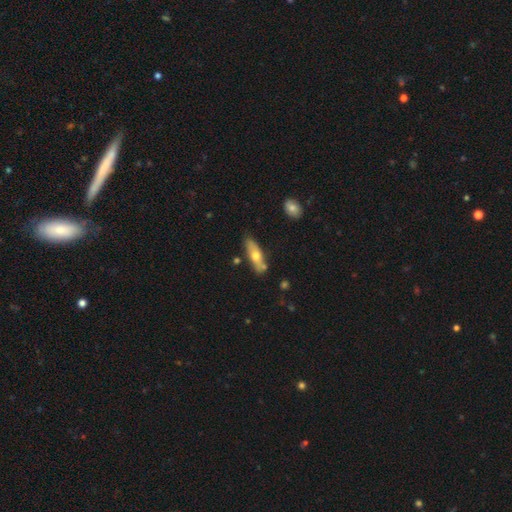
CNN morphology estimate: This appears to be a smooth galaxy with no disk features (54%) that is cigar-shaped (49%). Merging: none (74%).